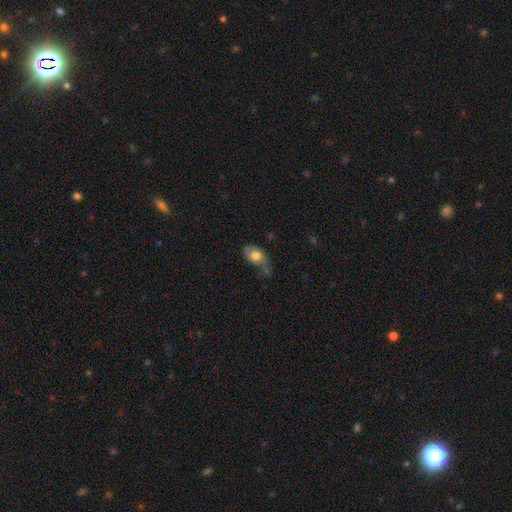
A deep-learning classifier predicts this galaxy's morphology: This is likely a smooth galaxy (70%). How rounded: clearly in between (83%). Merging: marginally minor disturbance (33%).